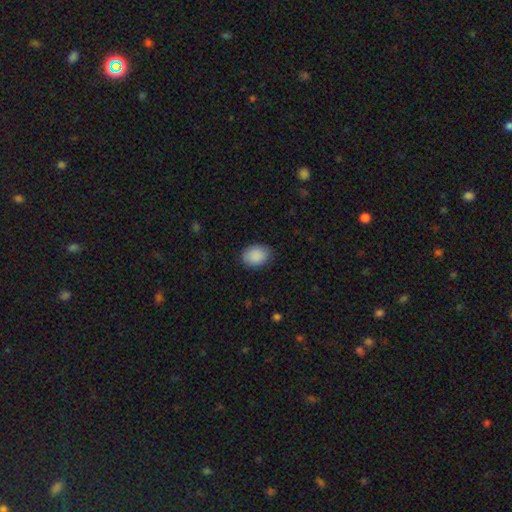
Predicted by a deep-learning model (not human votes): A smooth galaxy with no disk features (90%) that is in between round and cigar-shaped (63%).

Vote fractions:
- Smooth or featured? smooth: 90% / star or artifact: 7% / featured or disk: 3%
- How rounded? in between: 63% / round: 36% / cigar-shaped: 1%
- Merging? none: 85% / minor disturbance: 11% / major disturbance: 3% / merger: 1%